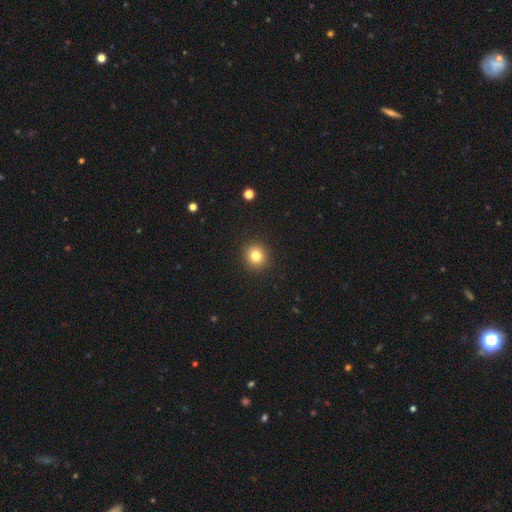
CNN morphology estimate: smooth 81%, star or artifact 12%, featured or disk 8%. Down the decision tree: how rounded — round (91%); merging — none (92%).